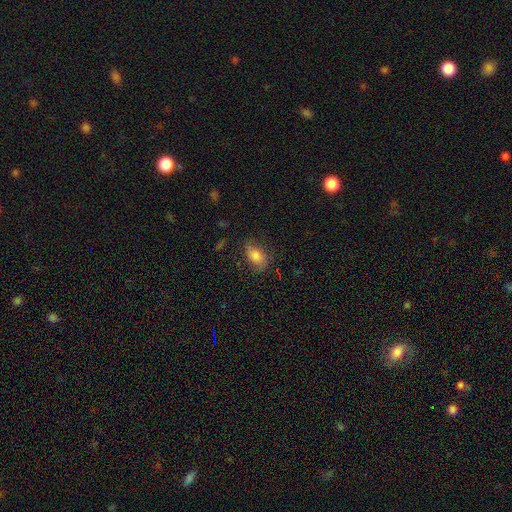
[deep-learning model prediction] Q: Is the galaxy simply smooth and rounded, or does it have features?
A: smooth — 77%.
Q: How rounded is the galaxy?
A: in between — 86%.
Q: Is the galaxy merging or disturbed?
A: none — 68%.